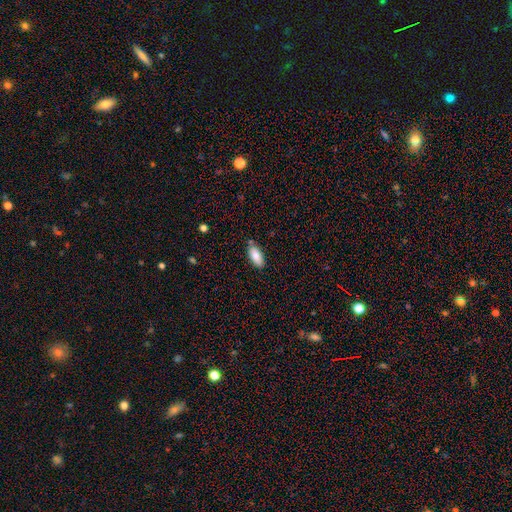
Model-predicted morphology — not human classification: smooth_or_featured: smooth (p=0.85) [alt: featured or disk p=0.09]
how_rounded: in between (p=0.86) [alt: cigar-shaped p=0.12]
merging: none (p=0.79) [alt: minor disturbance p=0.14]